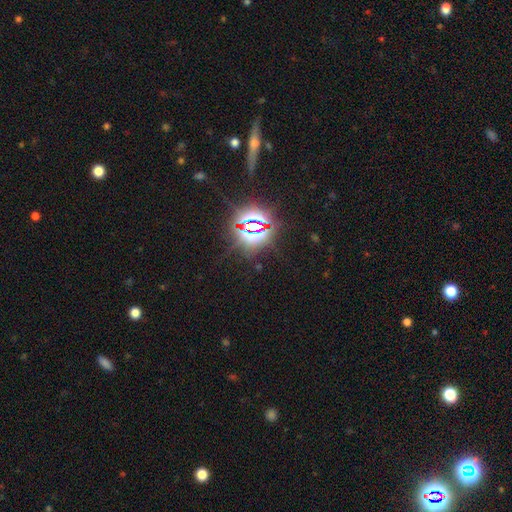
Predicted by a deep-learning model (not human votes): star or artifact 83%, smooth 10%, featured or disk 7%.